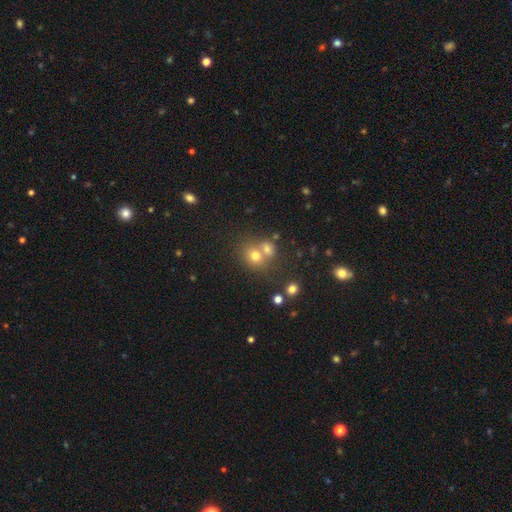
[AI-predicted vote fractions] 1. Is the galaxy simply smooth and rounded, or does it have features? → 70% smooth, 16% star or artifact, 14% featured or disk.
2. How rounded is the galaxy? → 65% round, 34% in between, 1% cigar-shaped.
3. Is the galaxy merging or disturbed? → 47% merger, 40% none, 9% minor disturbance, 4% major disturbance.